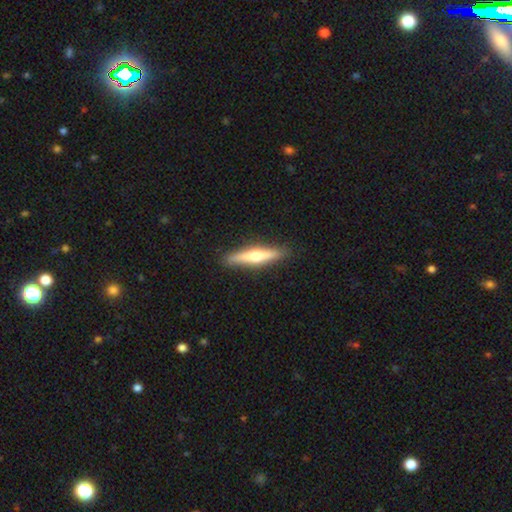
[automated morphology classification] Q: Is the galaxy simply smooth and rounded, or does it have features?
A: featured or disk — 52%.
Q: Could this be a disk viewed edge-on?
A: yes — 95%.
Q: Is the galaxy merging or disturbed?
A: none — 90%.